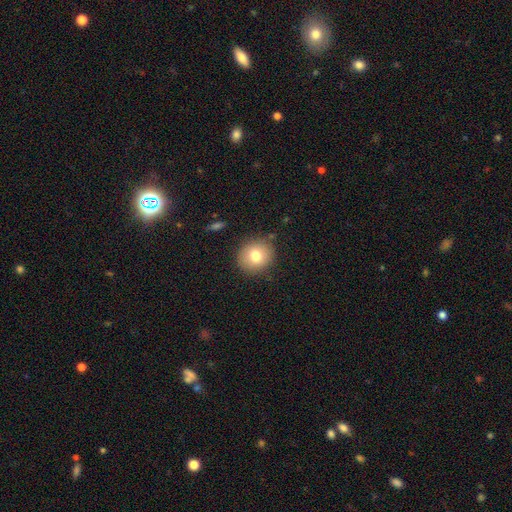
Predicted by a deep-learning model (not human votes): smooth_or_featured: smooth (p=0.76) [alt: featured or disk p=0.13]
how_rounded: round (p=0.80) [alt: in between p=0.19]
merging: none (p=0.86) [alt: minor disturbance p=0.10]